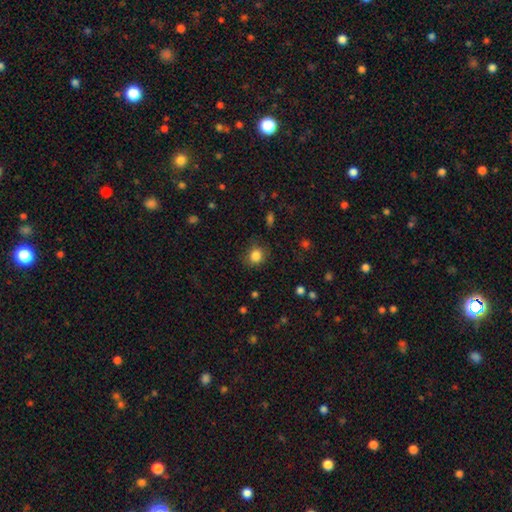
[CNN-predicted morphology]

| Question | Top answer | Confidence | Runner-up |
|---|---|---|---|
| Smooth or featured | smooth | 84% | star or artifact (11%) |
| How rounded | round | 73% | in between (26%) |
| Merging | none | 78% | minor disturbance (16%) |